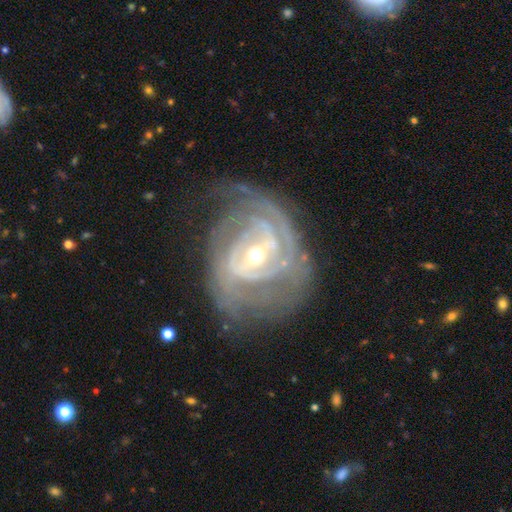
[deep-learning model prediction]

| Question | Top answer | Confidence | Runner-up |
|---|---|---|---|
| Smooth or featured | featured or disk | 90% | star or artifact (5%) |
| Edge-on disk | no | 97% | yes (3%) |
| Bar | weak | 43% | strong (33%) |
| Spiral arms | yes | 96% | no (4%) |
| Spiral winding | tight | 68% | medium (26%) |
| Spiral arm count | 2 | 32% | can't tell (26%) |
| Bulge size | small | 57% | moderate (40%) |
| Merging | none | 62% | minor disturbance (21%) |